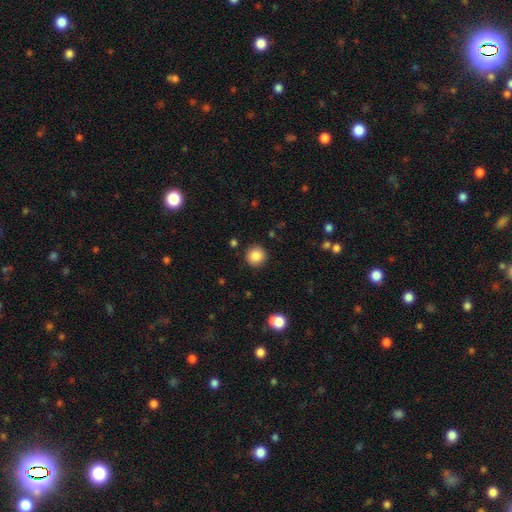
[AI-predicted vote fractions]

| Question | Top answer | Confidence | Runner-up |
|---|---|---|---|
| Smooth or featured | smooth | 87% | star or artifact (9%) |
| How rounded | round | 94% | in between (5%) |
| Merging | none | 90% | minor disturbance (6%) |